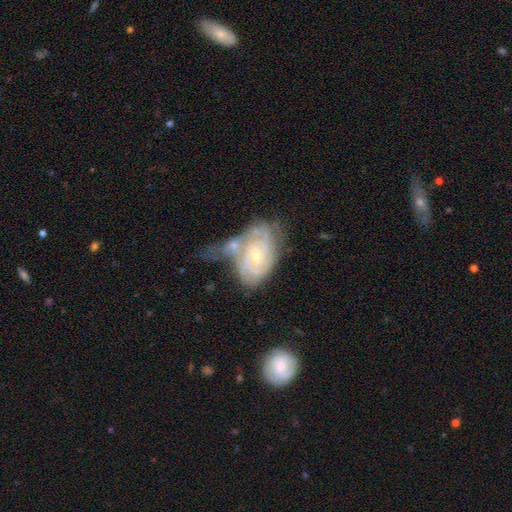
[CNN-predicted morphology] This is likely a featured or disk galaxy (79%). It is clearly not viewed edge-on (96%). Bar: possibly no (59%). Spiral arm pattern: clearly yes (91%). Spiral arm count: marginally can't tell (45%). Spiral winding: likely tight (71%). Central bulge: possibly small (57%). Merging: marginally merger (32%).